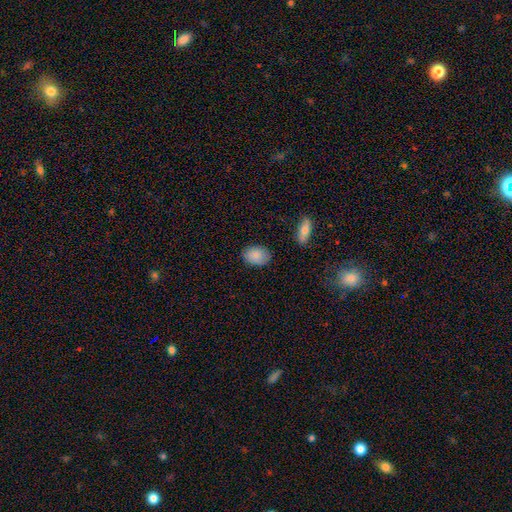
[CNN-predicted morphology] A smooth galaxy with no disk features (88%) that is in between round and cigar-shaped (82%). Merging: none (83%).